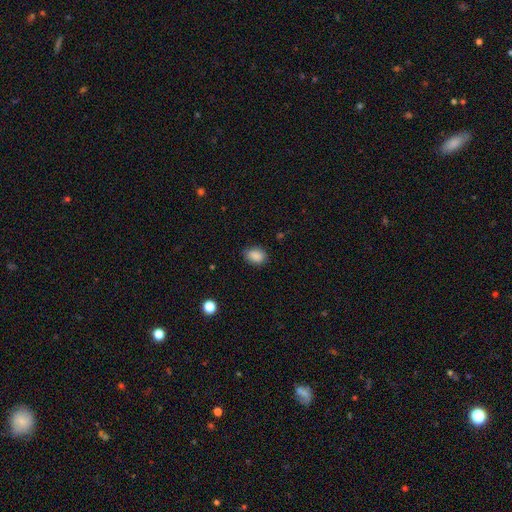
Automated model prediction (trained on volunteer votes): Smooth or featured: smooth — 88% (star or artifact — 9%)
How rounded: in between — 71% (round — 28%)
Merging: none — 81% (minor disturbance — 15%)